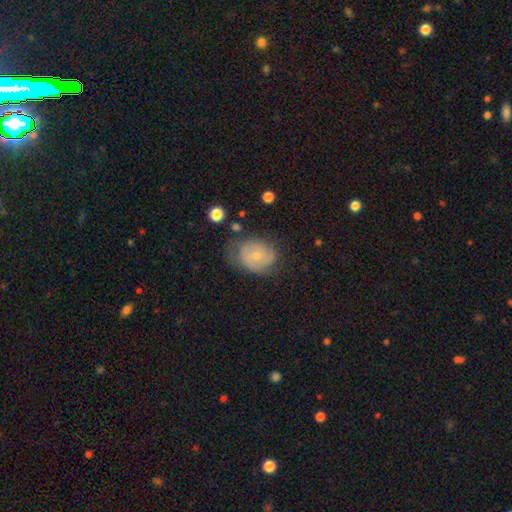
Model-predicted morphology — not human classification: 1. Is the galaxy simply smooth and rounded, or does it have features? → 47% featured or disk, 45% smooth, 8% star or artifact.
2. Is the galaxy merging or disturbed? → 56% none, 30% minor disturbance, 12% major disturbance, 2% merger.